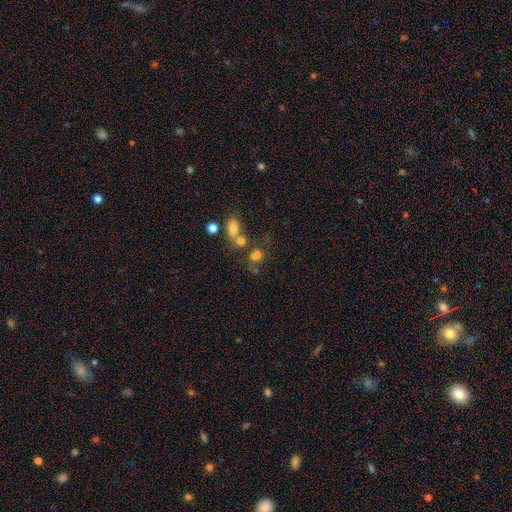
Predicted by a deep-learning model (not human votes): Smooth or featured? smooth (67%)
How rounded? round (54%)
Merging? merger (40%)